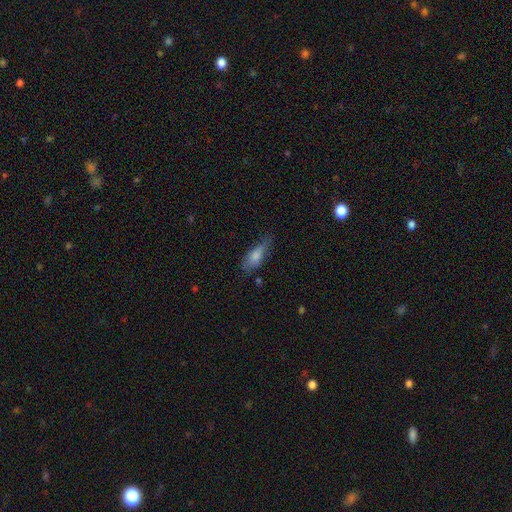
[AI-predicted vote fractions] Smooth or featured? Predicted: smooth (p=0.76). How rounded? Predicted: in between (p=0.70). Merging? Predicted: none (p=0.55).